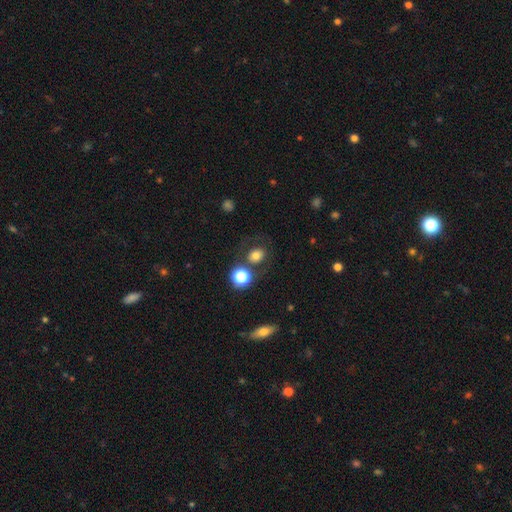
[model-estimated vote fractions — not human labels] A smooth galaxy with no disk features (72%) that is round (62%). Merging: none (66%).